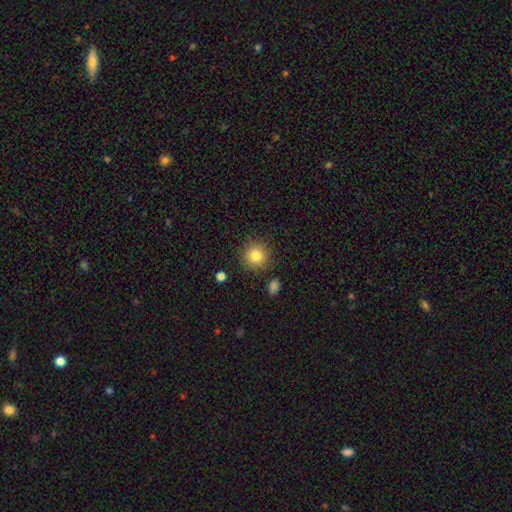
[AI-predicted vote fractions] smooth-or-featured: smooth: 82% | star or artifact: 10% | featured or disk: 7%
  how-rounded: round: 93% | in between: 6% | cigar-shaped: 1%
  merging: none: 87% | minor disturbance: 8% | merger: 3% | major disturbance: 2%